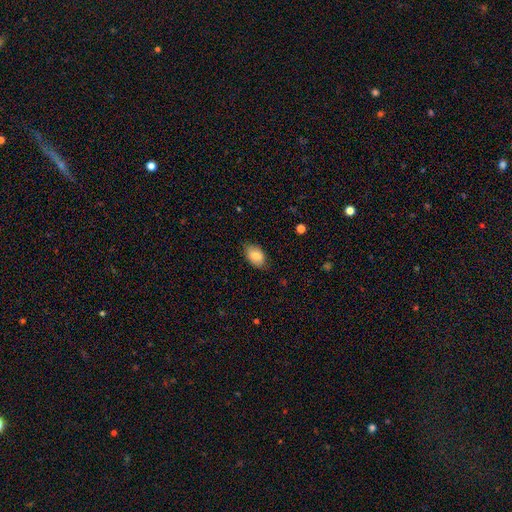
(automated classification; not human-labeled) This is clearly a smooth galaxy (81%). How rounded: clearly in between (90%). Merging: likely none (78%).